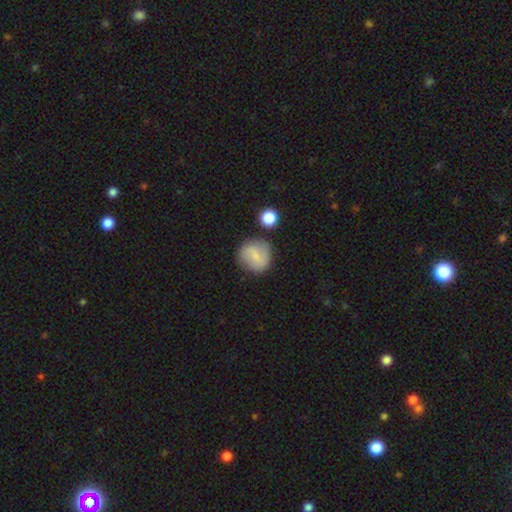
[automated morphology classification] smooth_or_featured: smooth (p=0.67) [alt: featured or disk p=0.25]
how_rounded: round (p=0.87) [alt: in between p=0.12]
merging: none (p=0.73) [alt: minor disturbance p=0.16]